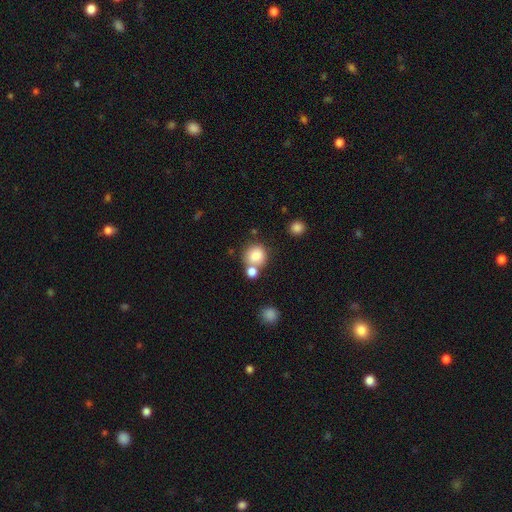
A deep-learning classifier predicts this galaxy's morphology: type=smooth (82%); roundness=round (86%); merging=none (59%).